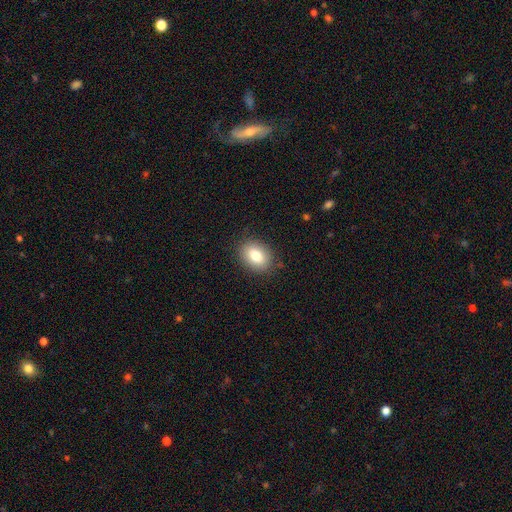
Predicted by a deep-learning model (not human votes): Smooth or featured: smooth — 81% (featured or disk — 10%)
How rounded: in between — 72% (round — 27%)
Merging: none — 86% (minor disturbance — 10%)